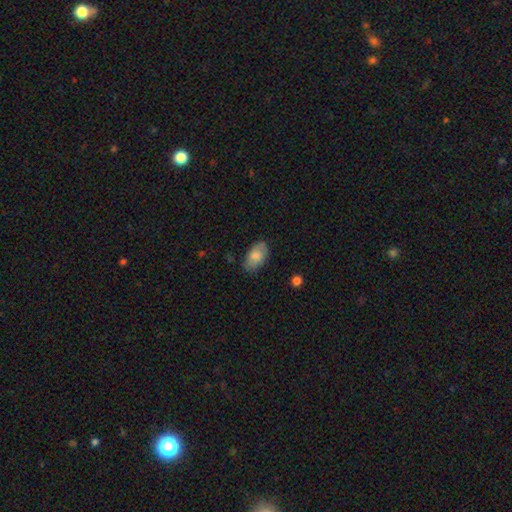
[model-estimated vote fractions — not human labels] A smooth galaxy with no disk features (79%) that is in between round and cigar-shaped (94%). Merging: none (78%).